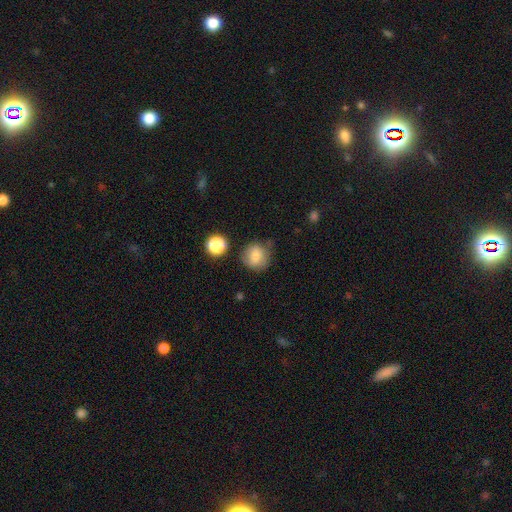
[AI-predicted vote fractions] The model was most divided on "merging": none: 66%, minor disturbance: 24%, major disturbance: 7%, merger: 4%. More confident: how rounded — round (84%); smooth or featured — smooth (80%).